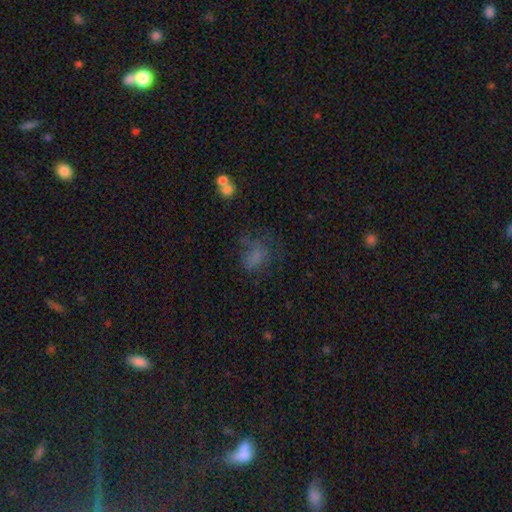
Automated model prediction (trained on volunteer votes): Smooth or featured? Predicted: smooth (p=0.59). How rounded? Predicted: in between (p=0.65). Merging? Predicted: none (p=0.37).